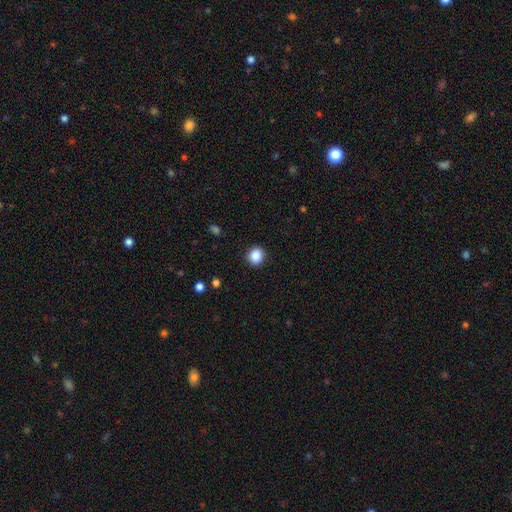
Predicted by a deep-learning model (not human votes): Q: Smooth or featured?
A: smooth (88%); runner-up: star or artifact (9%)
Q: How rounded?
A: round (81%); runner-up: in between (18%)
Q: Merging?
A: none (89%); runner-up: minor disturbance (8%)